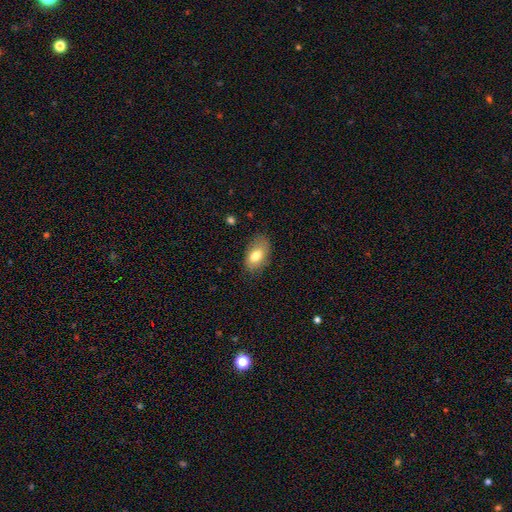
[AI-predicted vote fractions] Morphology: type=smooth (75%); roundness=in between (91%); merging=none (74%).